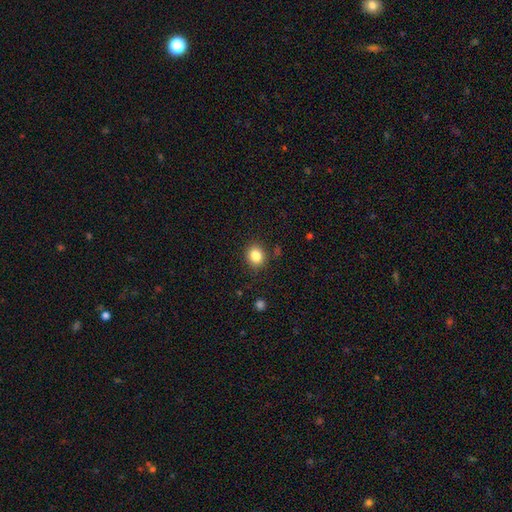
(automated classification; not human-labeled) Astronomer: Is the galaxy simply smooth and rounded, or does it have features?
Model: smooth — 84%.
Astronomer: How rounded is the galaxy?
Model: round — 67%.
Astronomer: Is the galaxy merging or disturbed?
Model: none — 85%.